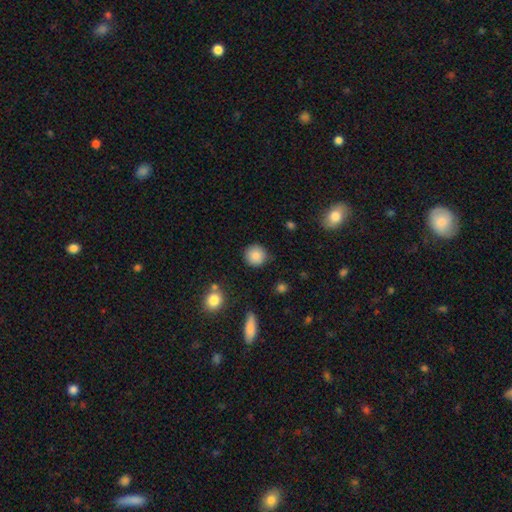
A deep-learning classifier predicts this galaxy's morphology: smooth-or-featured: smooth: 87% | star or artifact: 8% | featured or disk: 4%
  how-rounded: round: 93% | in between: 6% | cigar-shaped: 1%
  merging: none: 87% | minor disturbance: 8% | major disturbance: 3% | merger: 2%